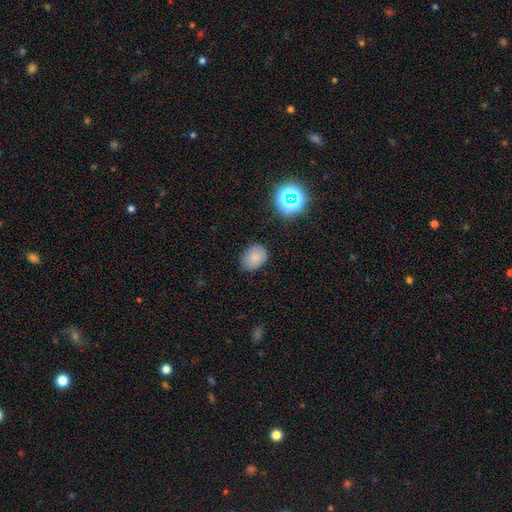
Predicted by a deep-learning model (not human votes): Smooth or featured? Predicted: smooth (p=0.79). How rounded? Predicted: in between (p=0.59). Merging? Predicted: none (p=0.82).